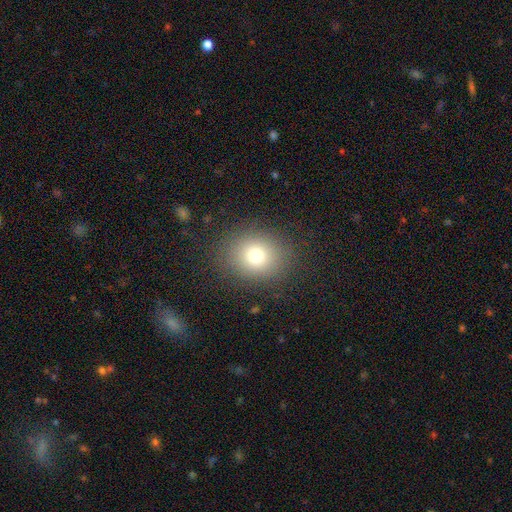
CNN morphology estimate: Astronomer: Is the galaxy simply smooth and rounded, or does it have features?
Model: smooth — 75%.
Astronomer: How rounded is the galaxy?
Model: round — 71%.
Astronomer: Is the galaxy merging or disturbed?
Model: none — 86%.